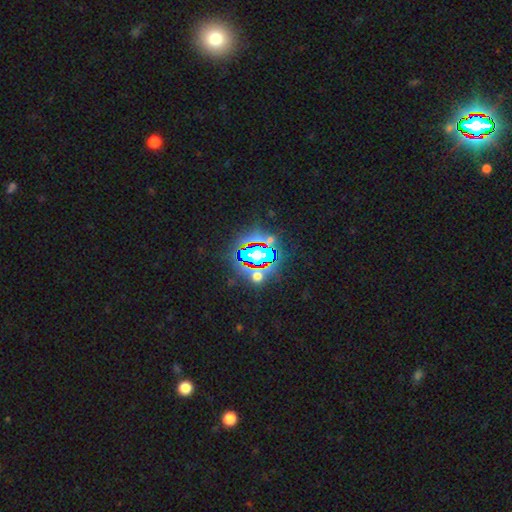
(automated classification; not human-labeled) Smooth or featured? star or artifact (73%)